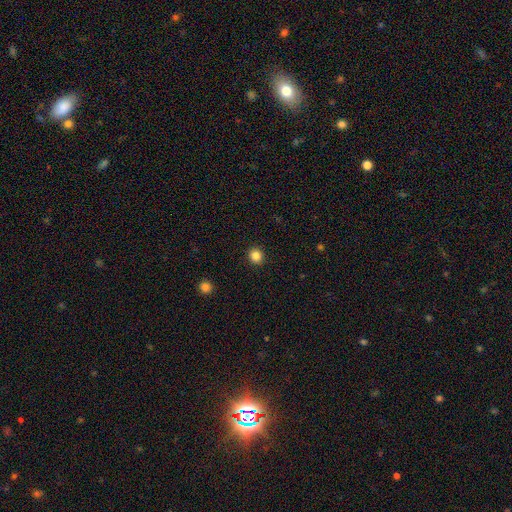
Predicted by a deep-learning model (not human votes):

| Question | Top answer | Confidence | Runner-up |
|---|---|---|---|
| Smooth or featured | smooth | 85% | star or artifact (12%) |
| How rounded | round | 89% | in between (10%) |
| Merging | none | 92% | minor disturbance (5%) |